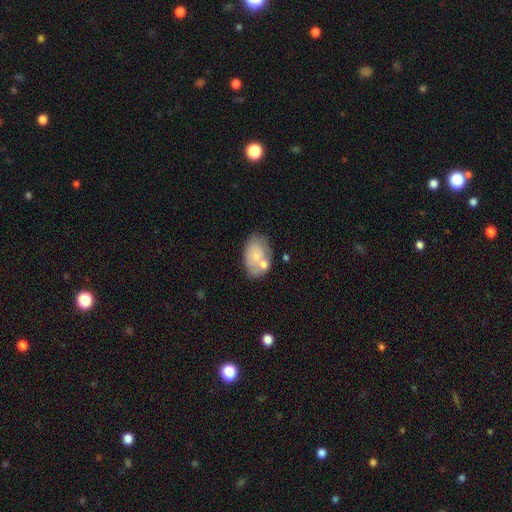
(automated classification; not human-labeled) Smooth or featured? smooth (65%)
How rounded? in between (90%)
Merging? none (50%)